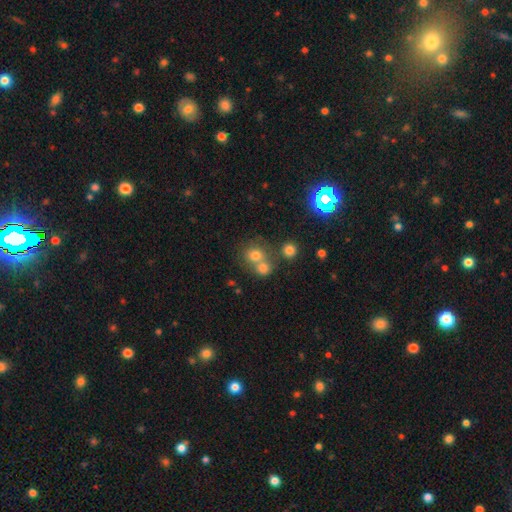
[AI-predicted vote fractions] Overall: smooth (71%). How rounded: round (80%). Merging: none (45%; merger 44%).